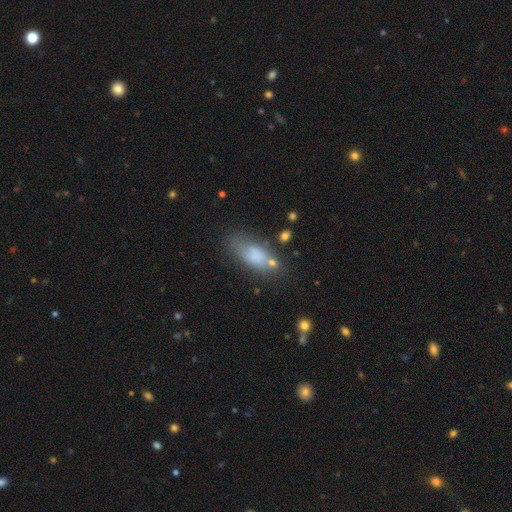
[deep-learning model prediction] Morphology: type=smooth (75%); roundness=in between (80%); merging=none (53%).